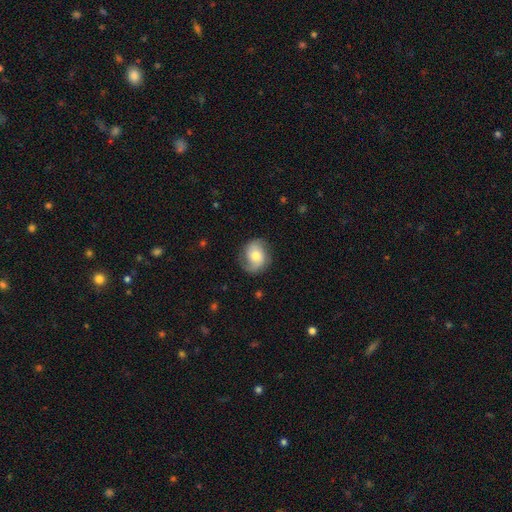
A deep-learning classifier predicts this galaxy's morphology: This is possibly a featured or disk galaxy (52%). It is clearly not viewed edge-on (97%). Bar: likely no (69%). Spiral arm pattern: clearly yes (85%). Central bulge: likely moderate (66%). Merging: likely none (74%).